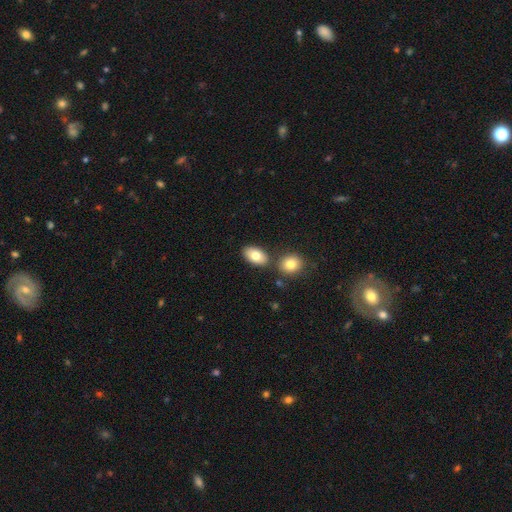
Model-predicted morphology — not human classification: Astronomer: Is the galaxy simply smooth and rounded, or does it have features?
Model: smooth — 80%.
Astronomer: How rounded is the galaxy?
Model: in between — 90%.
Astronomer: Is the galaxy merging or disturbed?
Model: none — 74%.